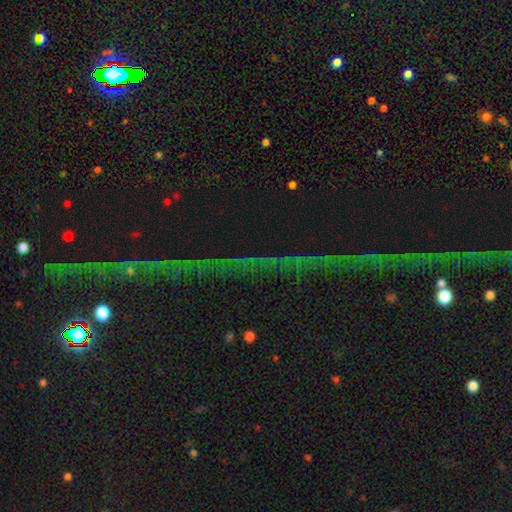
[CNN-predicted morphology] A star or artifact, not a galaxy (75%).

Vote fractions:
- Smooth or featured? star or artifact: 75% / featured or disk: 15% / smooth: 10%